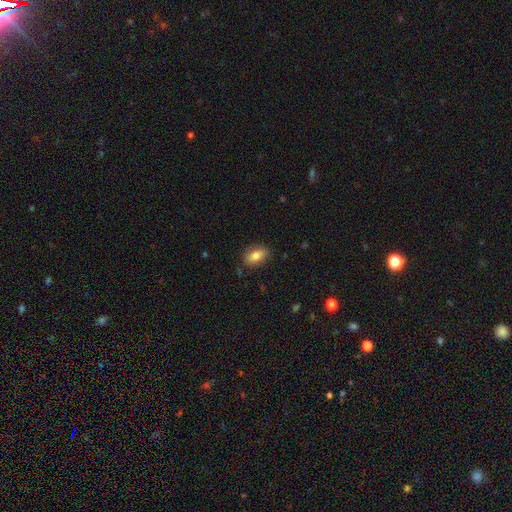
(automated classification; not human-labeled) Overall: smooth (80%). How rounded: in between (87%). Merging: none (83%).